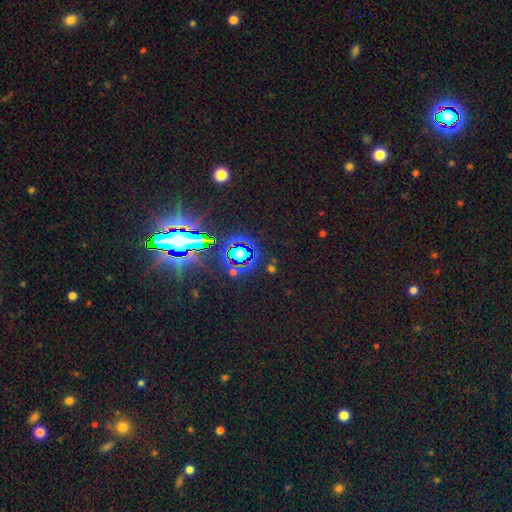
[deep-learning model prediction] star or artifact 84%, smooth 9%, featured or disk 6%.